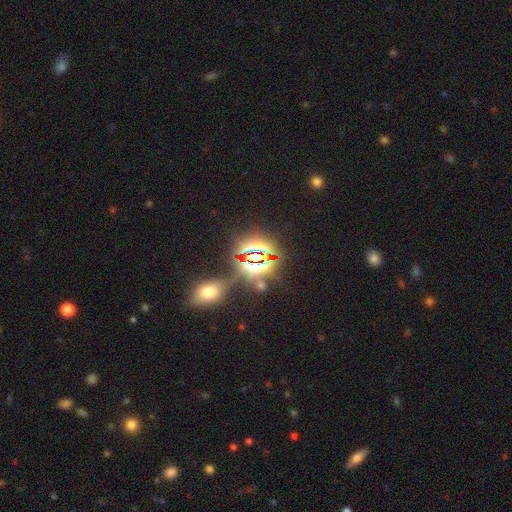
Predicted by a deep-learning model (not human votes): star or artifact 80%, smooth 12%, featured or disk 8%.